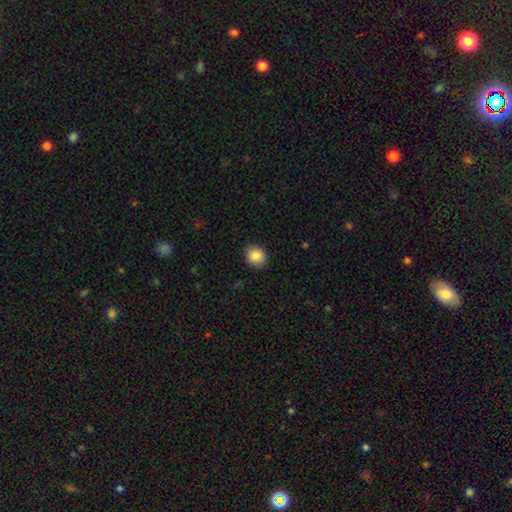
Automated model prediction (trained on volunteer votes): smooth 88%, star or artifact 8%, featured or disk 4%. Down the decision tree: how rounded — round (82%); merging — none (89%).